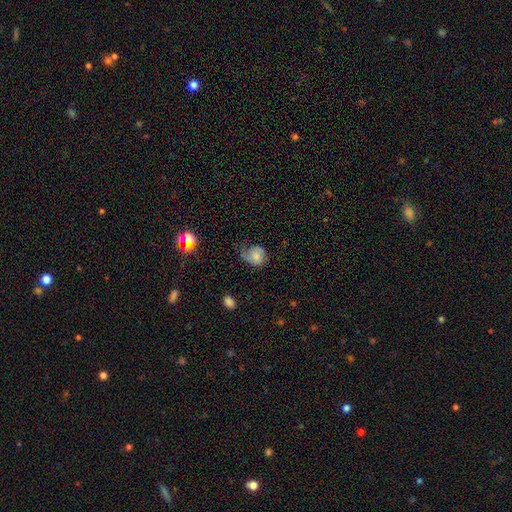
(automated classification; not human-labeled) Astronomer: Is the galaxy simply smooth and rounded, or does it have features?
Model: smooth — 50% (runner-up: featured or disk, 40%).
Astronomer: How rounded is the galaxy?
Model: round — 63%.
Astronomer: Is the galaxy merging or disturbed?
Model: none — 37% (runner-up: minor disturbance, 32%).